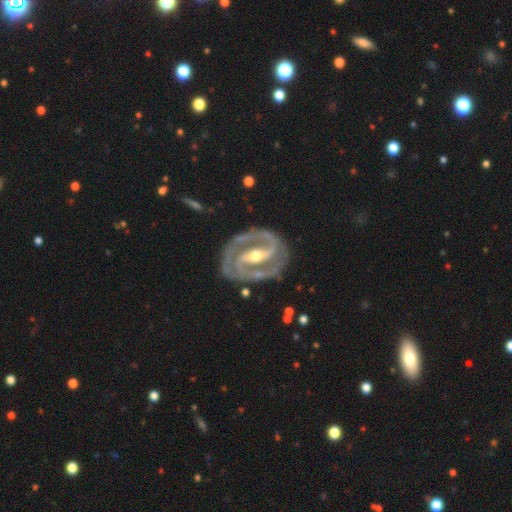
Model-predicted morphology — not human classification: type=featured or disk (91%); edge-on=no (96%); bar=strong (67%); spiral arms=yes (96%); winding=tight (54%); arm count=2 (86%); bulge=moderate (53%); merging=none (78%).